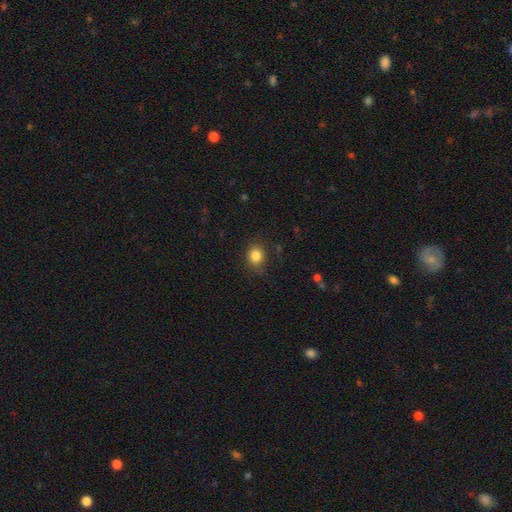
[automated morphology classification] The model was most divided on "how rounded": round: 64%, in between: 35%, cigar-shaped: 1%. More confident: smooth or featured — smooth (84%); merging — none (80%).